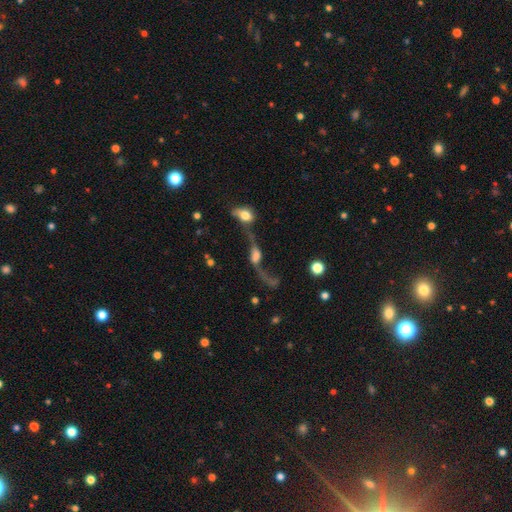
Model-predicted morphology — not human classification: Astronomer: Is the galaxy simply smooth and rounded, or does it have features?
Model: featured or disk — 65%.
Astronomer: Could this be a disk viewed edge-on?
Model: no — 85%.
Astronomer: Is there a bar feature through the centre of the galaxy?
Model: no — 52% (runner-up: weak, 33%).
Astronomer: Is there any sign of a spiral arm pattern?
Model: yes — 75%.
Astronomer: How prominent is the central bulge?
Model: moderate — 29% (runner-up: large, 25%).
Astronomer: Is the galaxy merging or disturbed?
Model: merger — 50%.